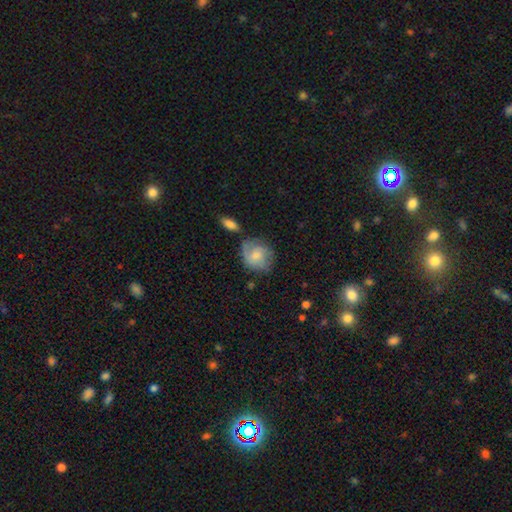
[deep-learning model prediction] smooth 56%, featured or disk 37%, star or artifact 7%. Down the decision tree: how rounded — round (72%); merging — none (57%).